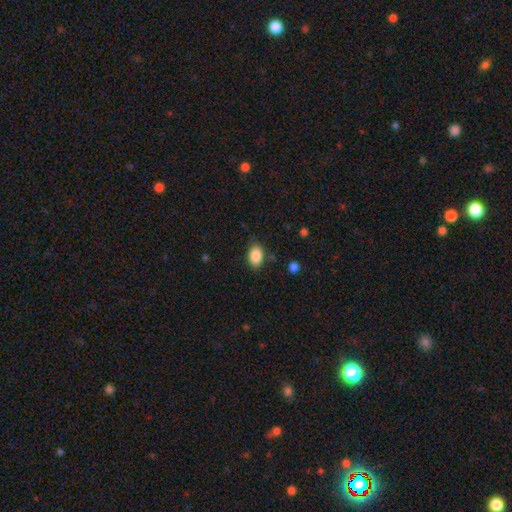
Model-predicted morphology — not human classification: This appears to be a smooth galaxy with no disk features (87%) that is in between round and cigar-shaped (85%). Merging: none (80%).